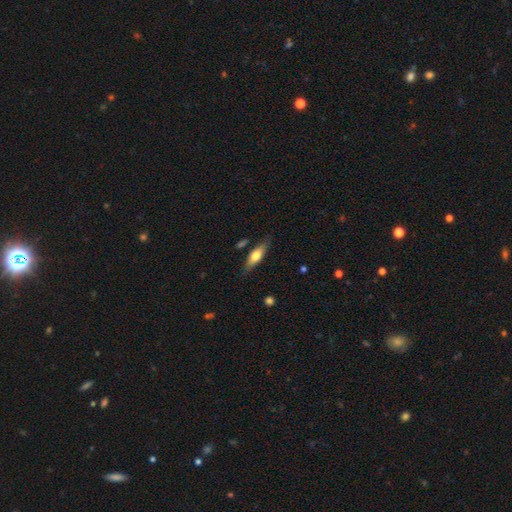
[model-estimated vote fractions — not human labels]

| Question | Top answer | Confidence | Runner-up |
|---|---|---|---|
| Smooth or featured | smooth | 59% | featured or disk (34%) |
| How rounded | cigar-shaped | 50% | in between (48%) |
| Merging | none | 78% | minor disturbance (16%) |